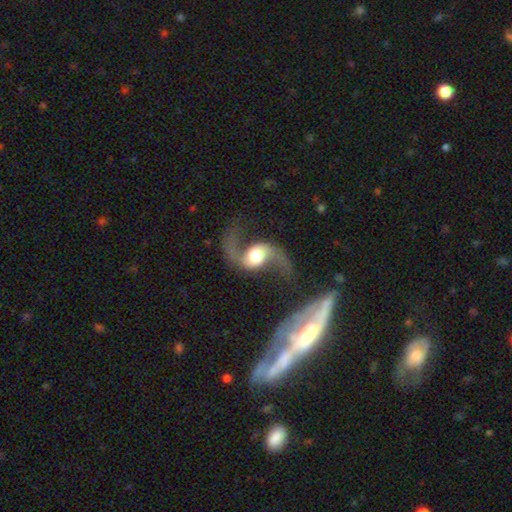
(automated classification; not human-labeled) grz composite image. It shows a featured or disk galaxy (89%) with no bar (56%), 2 (95%) loose (83%) spiral arms (97%) and a large central bulge (42%). Merging: none (65%).